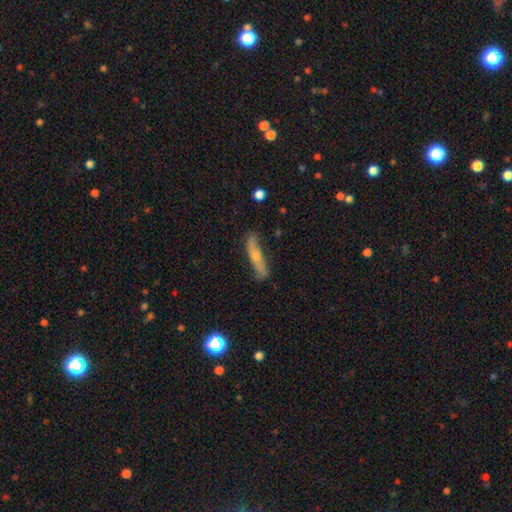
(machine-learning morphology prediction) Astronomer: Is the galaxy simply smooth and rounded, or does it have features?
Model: featured or disk — 54% (runner-up: smooth, 37%).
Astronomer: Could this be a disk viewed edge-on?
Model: yes — 67%.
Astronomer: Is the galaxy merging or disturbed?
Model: none — 76%.